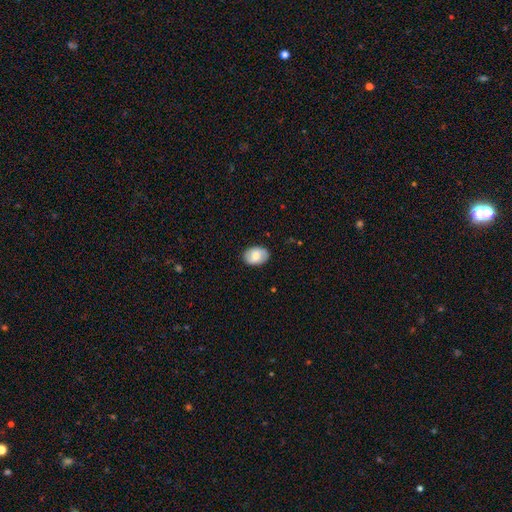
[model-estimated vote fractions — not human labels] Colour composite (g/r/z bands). It shows a smooth galaxy with no disk features (71%) that is in between round and cigar-shaped (80%). Merging: none (86%).